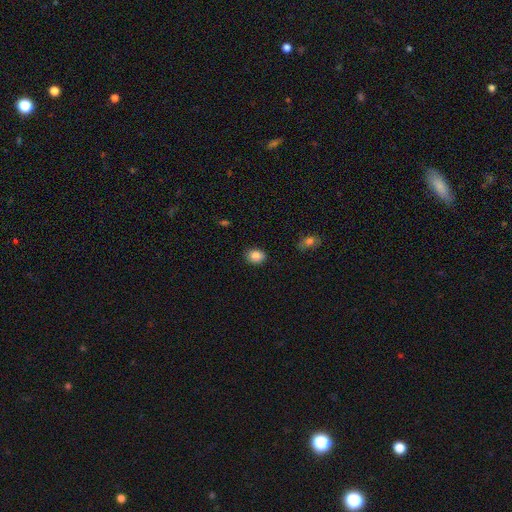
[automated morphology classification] This is clearly a smooth galaxy (85%). How rounded: possibly in between (55%). Merging: clearly none (88%).